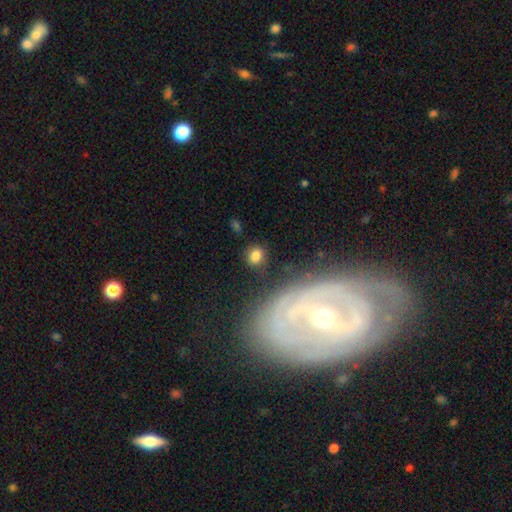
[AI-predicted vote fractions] A smooth galaxy with no disk features (79%) that is round (74%). Merging: none (79%).